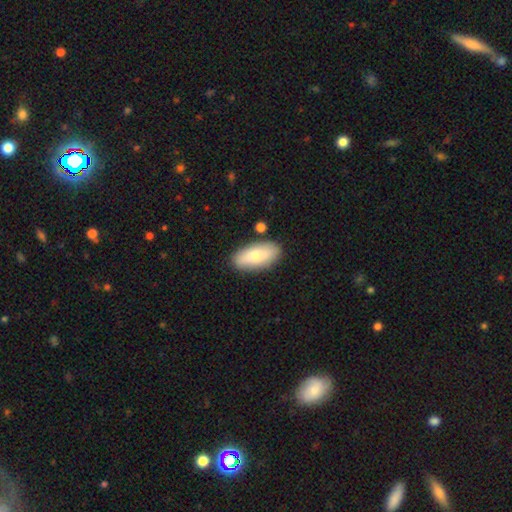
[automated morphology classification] The model was most divided on "smooth or featured": smooth: 77%, featured or disk: 18%, star or artifact: 6%. More confident: how rounded — in between (89%); merging — none (82%).